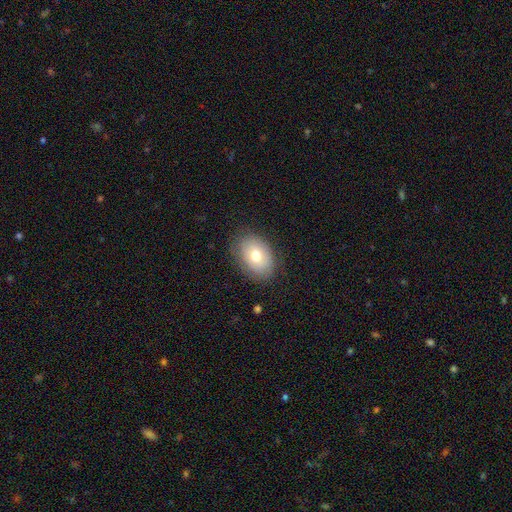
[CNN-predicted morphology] Overall: smooth (73%). How rounded: in between (80%). Merging: none (83%).